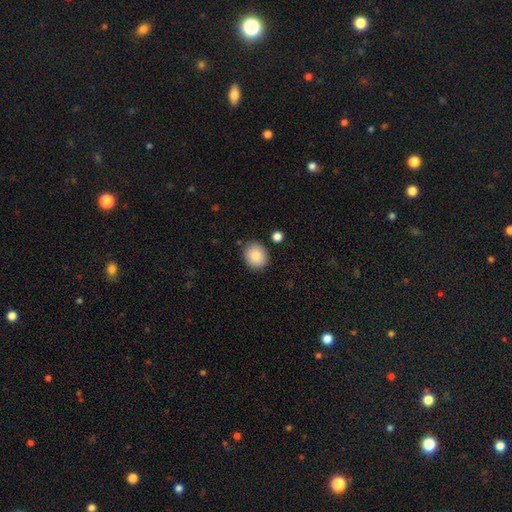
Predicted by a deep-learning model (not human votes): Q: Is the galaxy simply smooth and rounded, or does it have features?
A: smooth — 87%.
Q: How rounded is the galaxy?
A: round — 67%.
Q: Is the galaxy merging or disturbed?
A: none — 86%.